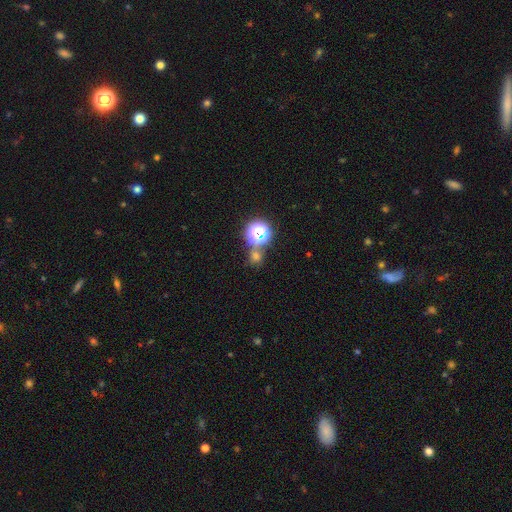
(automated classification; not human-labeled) smooth_or_featured: smooth (p=0.54) [alt: star or artifact p=0.39]
how_rounded: round (p=0.85) [alt: in between p=0.14]
merging: none (p=0.66) [alt: merger p=0.21]